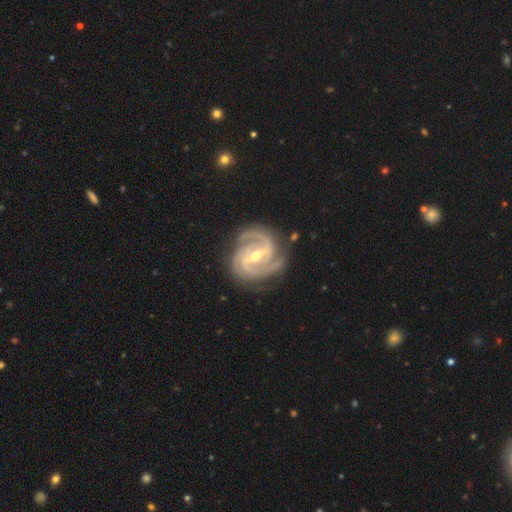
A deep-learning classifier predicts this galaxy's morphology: A featured or disk galaxy (94%) with a strong bar (57%), 3 (49%) tight (57%) spiral arms (99%) and a moderate central bulge (54%). Merging: none (80%).